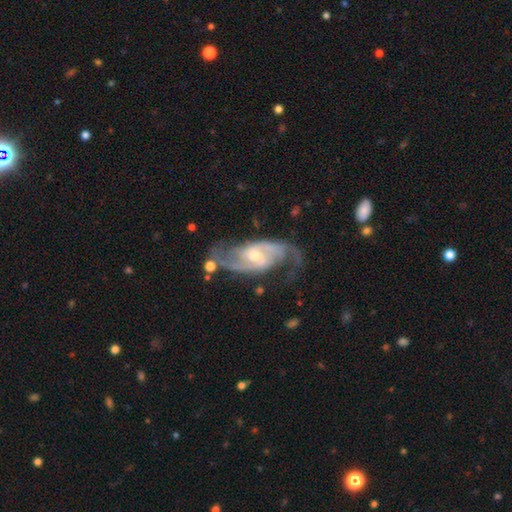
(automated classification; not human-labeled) This appears to be a featured or disk galaxy (91%) with a weak bar (50%), 2 (87%) medium (54%) spiral arms (98%) and a moderate central bulge (49%). Merging: none (69%).